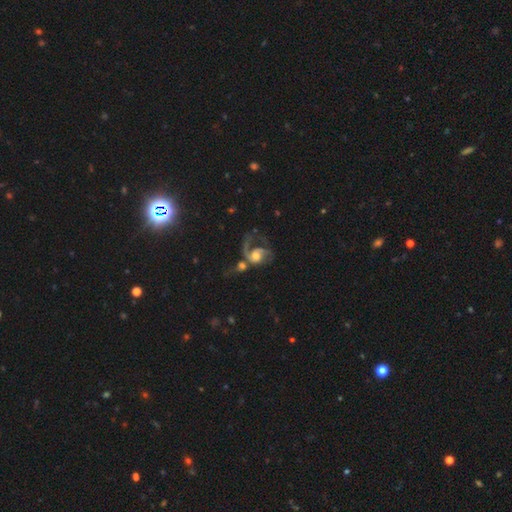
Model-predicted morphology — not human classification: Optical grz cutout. It shows a featured or disk galaxy (74%) with no bar (70%), 1 (55%) loose (45%) spiral arms (88%) and a moderate central bulge (57%). Merging: merger (39%).